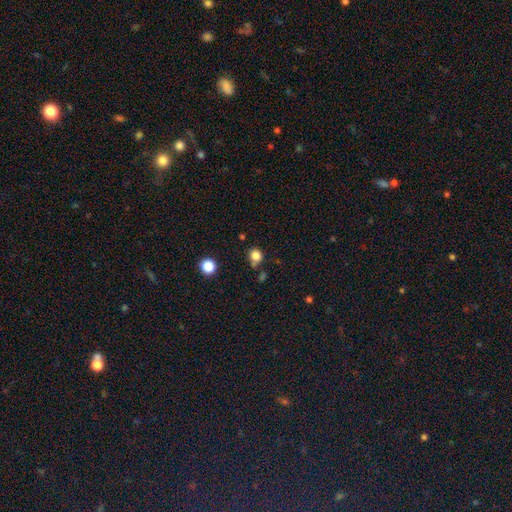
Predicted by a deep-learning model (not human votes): Smooth or featured? smooth (82%)
How rounded? round (78%)
Merging? none (66%)